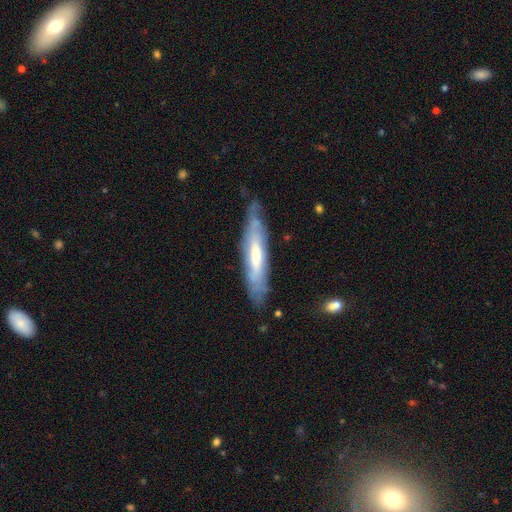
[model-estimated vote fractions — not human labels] Overall: featured or disk (58%; smooth 36%). Edge-on disk: yes (58%; no 42%). Merging: none (71%).